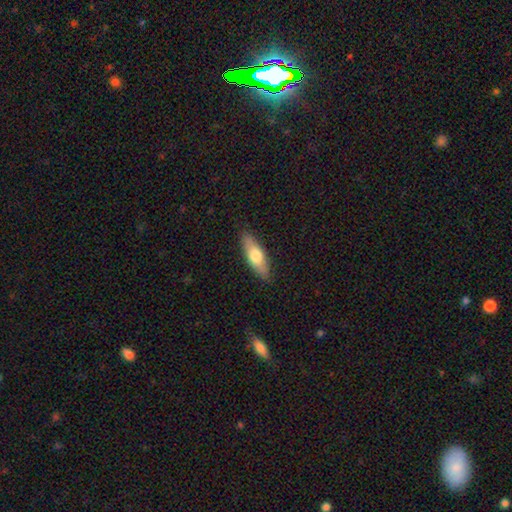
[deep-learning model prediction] The model was most divided on "how rounded": in between: 56%, cigar-shaped: 41%, round: 2%. More confident: merging — none (87%); smooth or featured — smooth (66%).